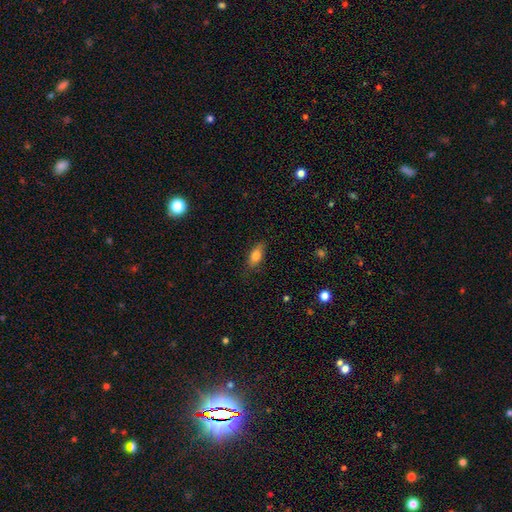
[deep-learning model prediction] A smooth galaxy with no disk features (79%) that is in between round and cigar-shaped (80%).

Vote fractions:
- Smooth or featured? smooth: 79% / featured or disk: 13% / star or artifact: 8%
- How rounded? in between: 80% / cigar-shaped: 16% / round: 4%
- Merging? none: 80% / minor disturbance: 16% / major disturbance: 3% / merger: 1%